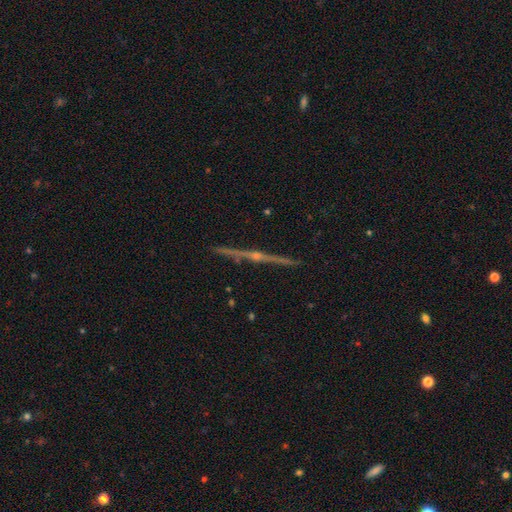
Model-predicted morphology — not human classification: This is clearly a featured or disk galaxy (88%). It is clearly viewed edge-on (99%). Edge-on bulge: clearly rounded (90%). Merging: clearly none (92%).